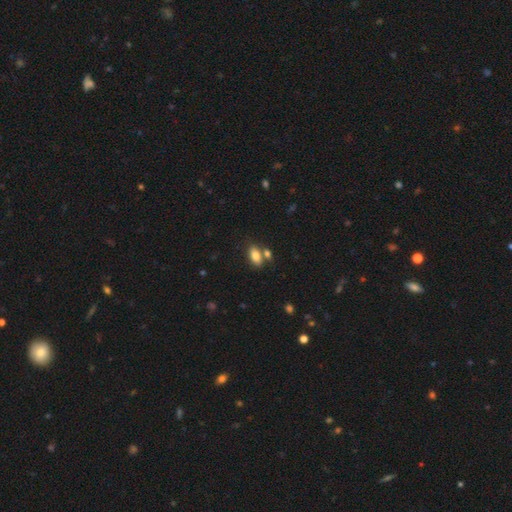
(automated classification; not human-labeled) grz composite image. It shows a smooth galaxy with no disk features (82%) that is in between round and cigar-shaped (90%). Merging: none (60%).